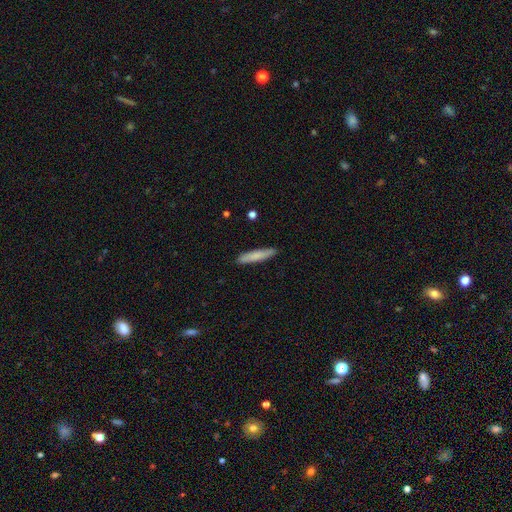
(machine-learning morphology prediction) Q: Smooth or featured?
A: smooth (78%); runner-up: featured or disk (16%)
Q: How rounded?
A: cigar-shaped (90%); runner-up: in between (9%)
Q: Merging?
A: none (89%); runner-up: minor disturbance (8%)